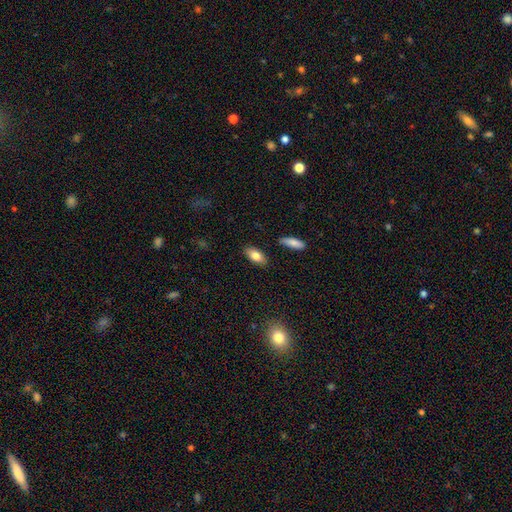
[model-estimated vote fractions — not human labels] Smooth or featured? Predicted: smooth (p=0.80). How rounded? Predicted: in between (p=0.89). Merging? Predicted: none (p=0.86).